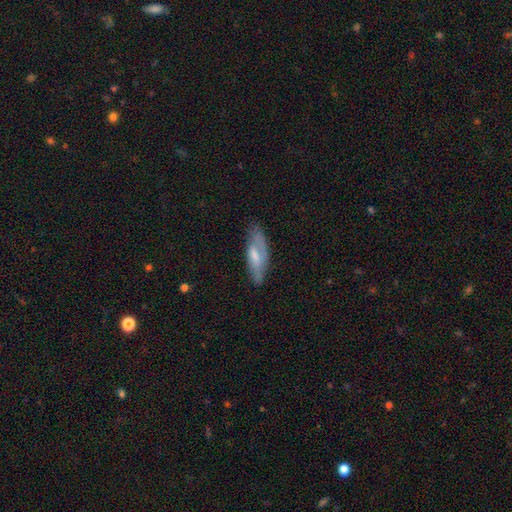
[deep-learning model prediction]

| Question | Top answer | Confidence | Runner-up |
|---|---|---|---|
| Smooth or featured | smooth | 50% | featured or disk (43%) |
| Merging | none | 67% | minor disturbance (23%) |